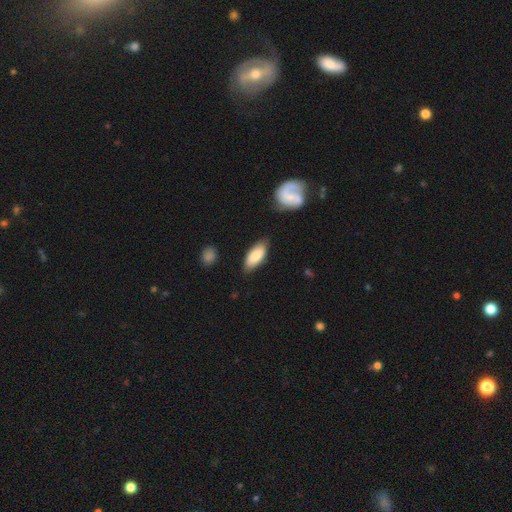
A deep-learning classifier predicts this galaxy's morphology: Smooth or featured? Predicted: smooth (p=0.82). How rounded? Predicted: in between (p=0.85). Merging? Predicted: none (p=0.78).